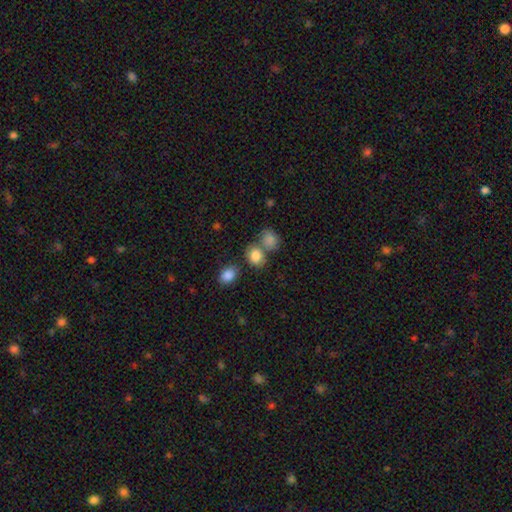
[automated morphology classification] smooth 83%, star or artifact 10%, featured or disk 7%. Down the decision tree: how rounded — round (57%); merging — none (52%).